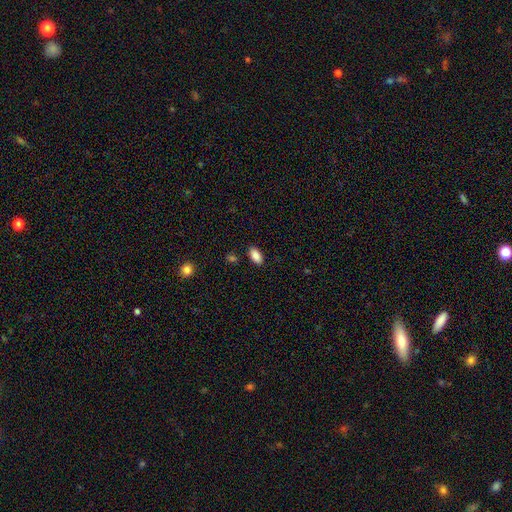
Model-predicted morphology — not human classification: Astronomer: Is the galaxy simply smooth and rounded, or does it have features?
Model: smooth — 88%.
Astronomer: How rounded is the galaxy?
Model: in between — 92%.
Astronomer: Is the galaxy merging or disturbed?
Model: none — 87%.